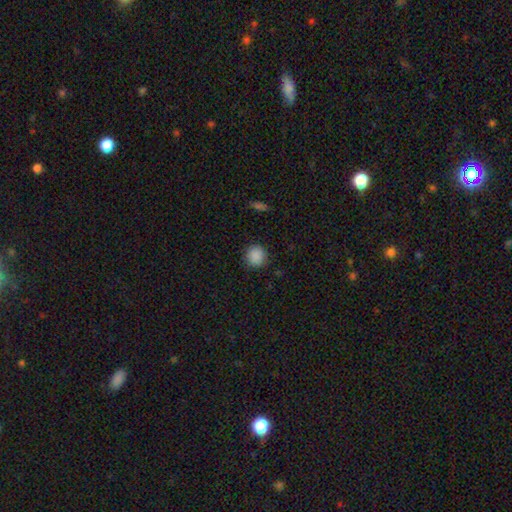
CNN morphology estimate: Q: Smooth or featured?
A: smooth (88%); runner-up: star or artifact (9%)
Q: How rounded?
A: round (90%); runner-up: in between (9%)
Q: Merging?
A: none (88%); runner-up: minor disturbance (8%)